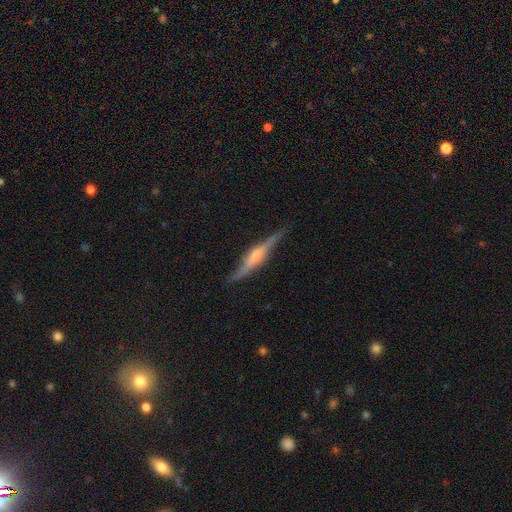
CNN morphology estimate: The model was most divided on "edge-on bulge": rounded: 78%, boxy: 15%, none: 8%. More confident: edge-on disk — yes (96%); merging — none (86%); smooth or featured — featured or disk (80%).